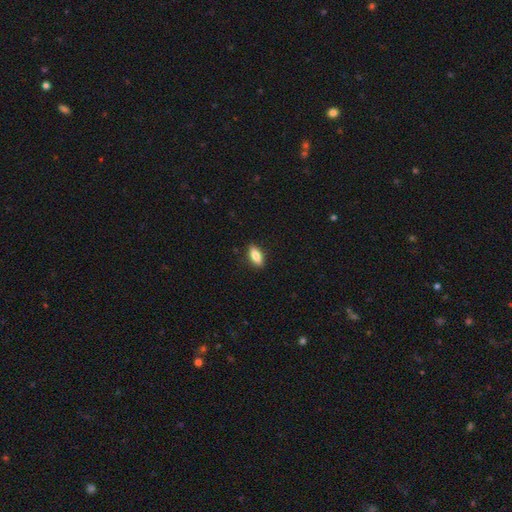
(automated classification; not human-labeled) Morphology: type=smooth (82%); roundness=in between (81%); merging=none (88%).